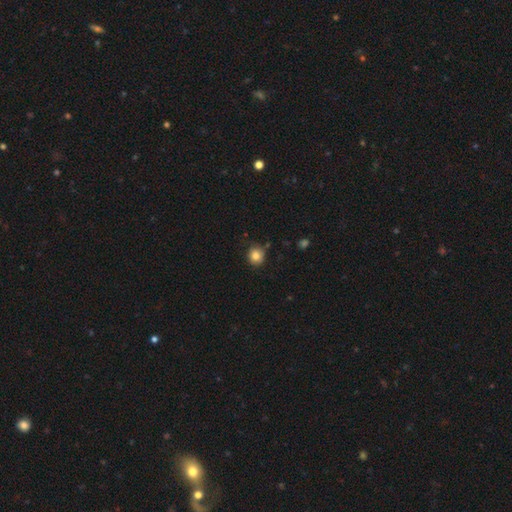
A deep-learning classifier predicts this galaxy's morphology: This appears to be a smooth galaxy with no disk features (83%) that is round (87%). Merging: none (81%).